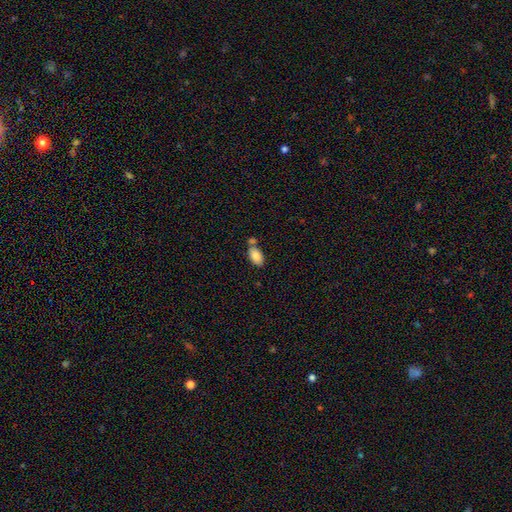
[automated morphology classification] smooth 85%, featured or disk 8%, star or artifact 7%. Down the decision tree: how rounded — in between (94%); merging — none (57%).